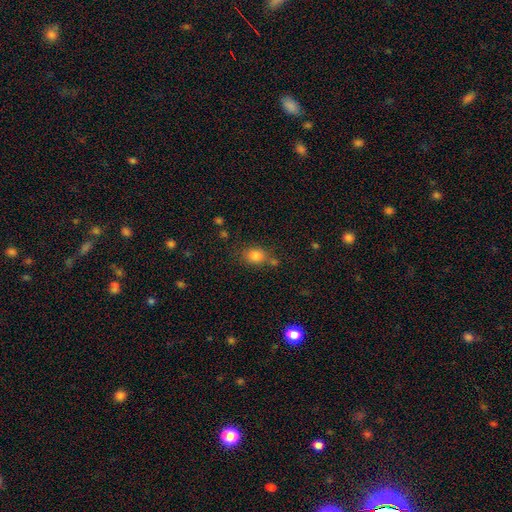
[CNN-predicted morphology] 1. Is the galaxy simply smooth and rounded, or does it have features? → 82% smooth, 11% star or artifact, 7% featured or disk.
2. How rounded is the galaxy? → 54% in between, 44% round, 1% cigar-shaped.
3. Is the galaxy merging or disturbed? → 63% none, 17% minor disturbance, 14% merger, 6% major disturbance.